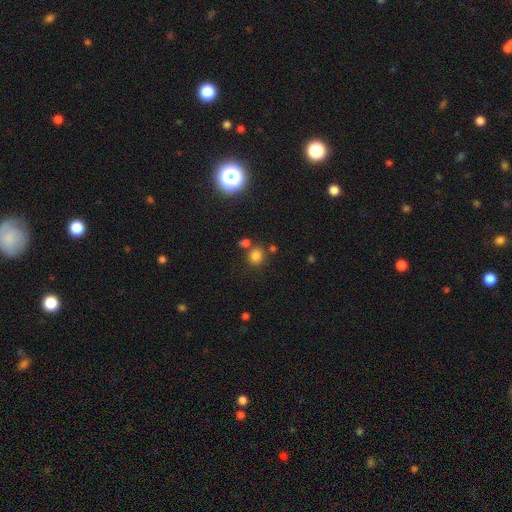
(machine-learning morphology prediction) smooth_or_featured: smooth (p=0.76) [alt: star or artifact p=0.18]
how_rounded: round (p=0.83) [alt: in between p=0.16]
merging: none (p=0.70) [alt: merger p=0.15]